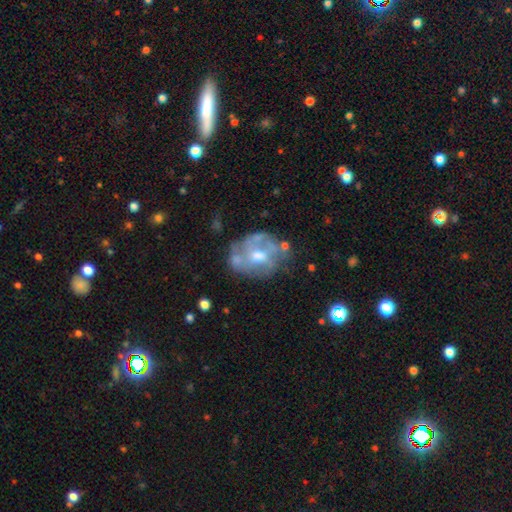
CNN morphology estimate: The model was most divided on "merging": none: 50%, minor disturbance: 23%, major disturbance: 16%, merger: 11%. More confident: edge-on disk — no (97%); bar — no (70%); spiral arms — no (66%); smooth or featured — featured or disk (66%); bulge size — moderate (66%).